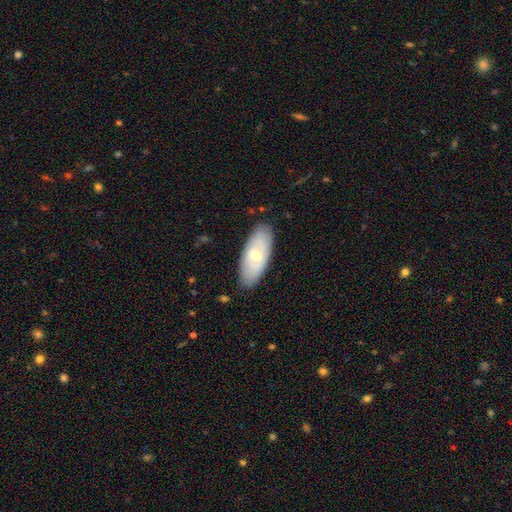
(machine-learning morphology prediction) Smooth or featured?
  - smooth: 52% *
  - featured or disk: 43%
  - star or artifact: 6%
How rounded?
  - in between: 83% *
  - cigar-shaped: 14%
  - round: 2%
Merging?
  - none: 84% *
  - minor disturbance: 12%
  - major disturbance: 3%
  - merger: 1%